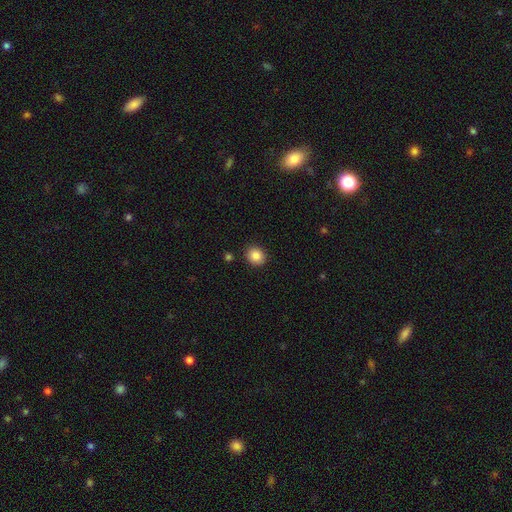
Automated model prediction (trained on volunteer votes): Smooth or featured?
  - smooth: 86% *
  - star or artifact: 9%
  - featured or disk: 4%
How rounded?
  - round: 74% *
  - in between: 26%
  - cigar-shaped: 1%
Merging?
  - none: 90% *
  - minor disturbance: 7%
  - major disturbance: 2%
  - merger: 2%